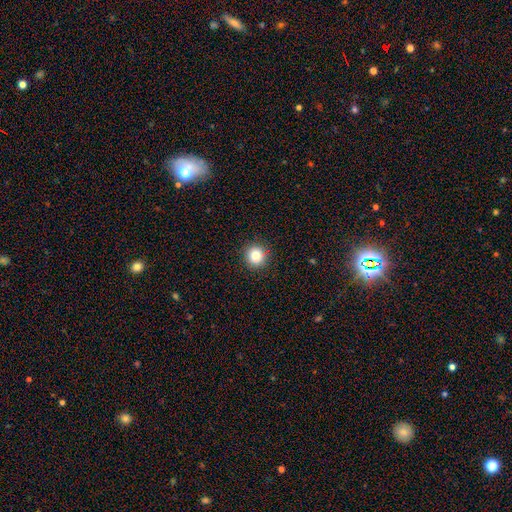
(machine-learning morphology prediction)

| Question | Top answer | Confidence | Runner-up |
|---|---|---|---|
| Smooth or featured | smooth | 84% | star or artifact (11%) |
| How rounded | round | 91% | in between (8%) |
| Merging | none | 91% | minor disturbance (6%) |